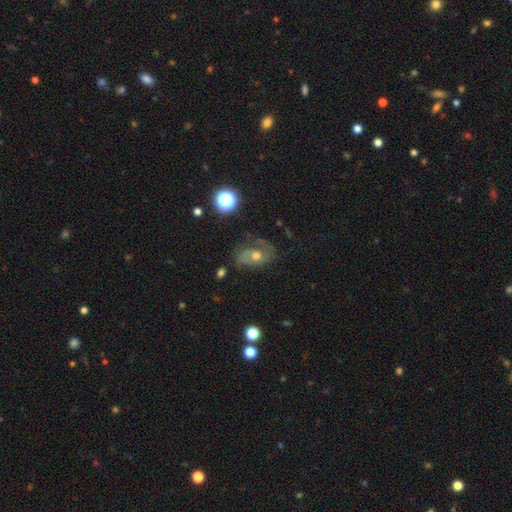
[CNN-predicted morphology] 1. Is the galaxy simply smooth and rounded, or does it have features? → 59% featured or disk, 27% smooth, 14% star or artifact.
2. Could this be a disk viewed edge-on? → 95% no, 5% yes.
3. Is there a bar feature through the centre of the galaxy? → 76% no, 19% weak, 5% strong.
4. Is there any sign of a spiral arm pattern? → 73% yes, 27% no.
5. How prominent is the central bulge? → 72% moderate, 15% small, 10% large, 1% none, 1% dominant.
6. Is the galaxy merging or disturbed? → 58% none, 23% minor disturbance, 17% major disturbance, 3% merger.